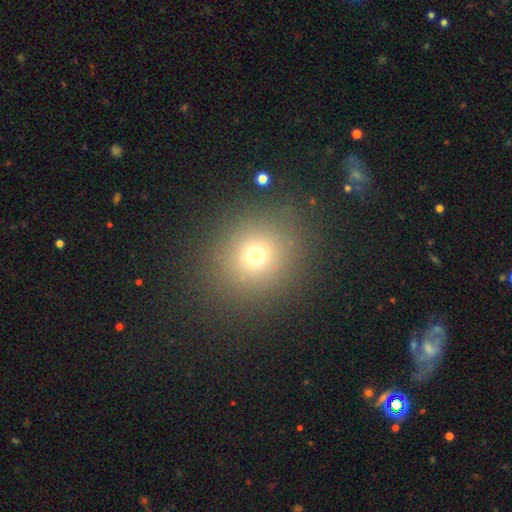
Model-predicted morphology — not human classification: A smooth galaxy with no disk features (70%) that is round (84%).

Vote fractions:
- Smooth or featured? smooth: 70% / star or artifact: 20% / featured or disk: 10%
- How rounded? round: 84% / in between: 15% / cigar-shaped: 1%
- Merging? none: 87% / minor disturbance: 7% / major disturbance: 4% / merger: 2%